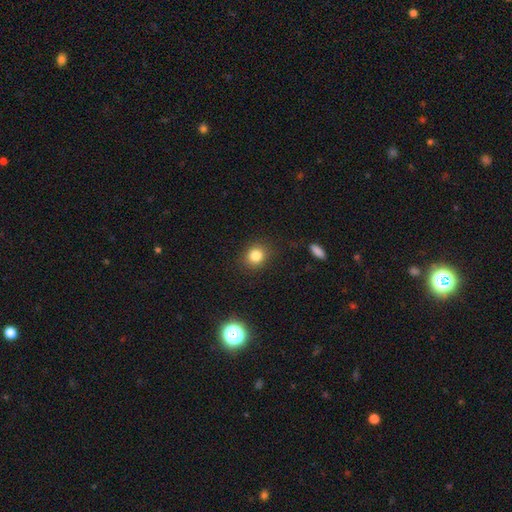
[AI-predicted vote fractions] Smooth or featured?
  - smooth: 82% *
  - star or artifact: 12%
  - featured or disk: 6%
How rounded?
  - round: 74% *
  - in between: 25%
  - cigar-shaped: 1%
Merging?
  - none: 86% *
  - minor disturbance: 9%
  - major disturbance: 3%
  - merger: 1%